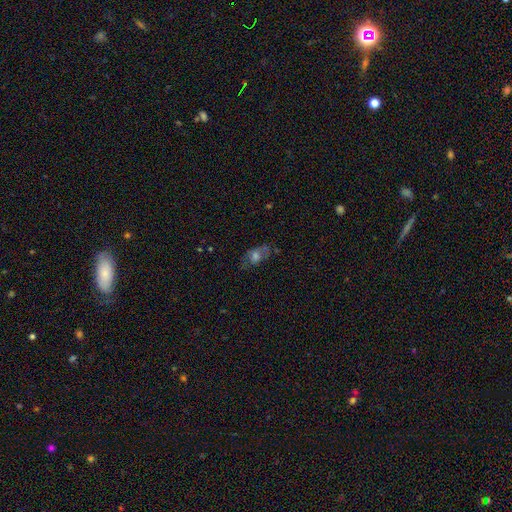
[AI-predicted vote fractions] smooth 43%, featured or disk 41%, star or artifact 15%. Down the decision tree: merging — none (64%).